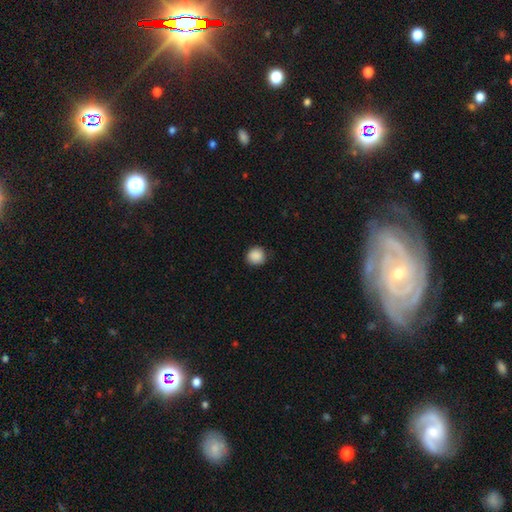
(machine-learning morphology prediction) Smooth or featured? smooth (89%)
How rounded? round (92%)
Merging? none (86%)